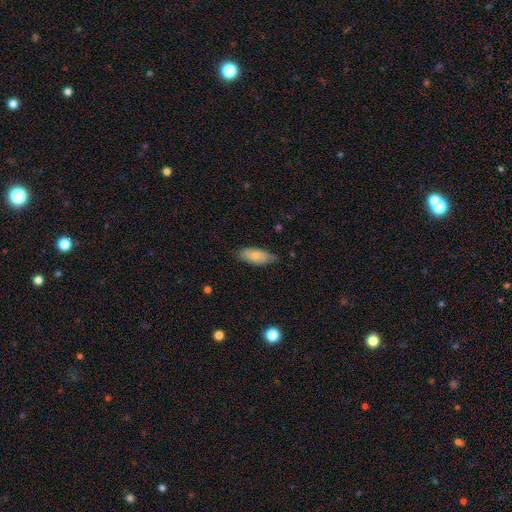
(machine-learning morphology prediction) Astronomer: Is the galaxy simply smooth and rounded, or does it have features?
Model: smooth — 71%.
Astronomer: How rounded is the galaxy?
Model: in between — 85%.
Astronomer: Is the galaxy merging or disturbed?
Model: none — 71%.